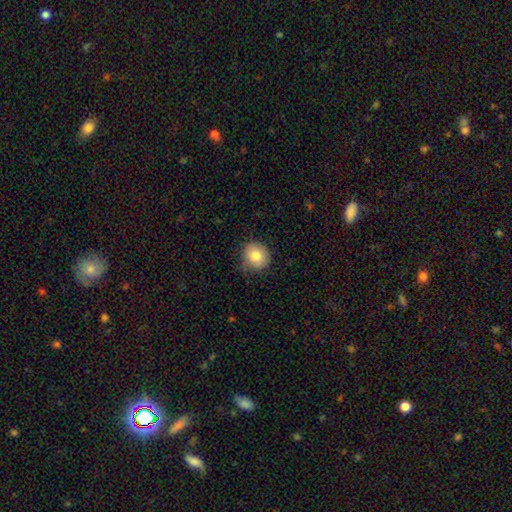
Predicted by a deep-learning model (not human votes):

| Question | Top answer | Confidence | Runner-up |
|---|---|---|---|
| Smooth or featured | smooth | 82% | star or artifact (9%) |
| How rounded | round | 87% | in between (12%) |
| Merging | none | 77% | minor disturbance (18%) |